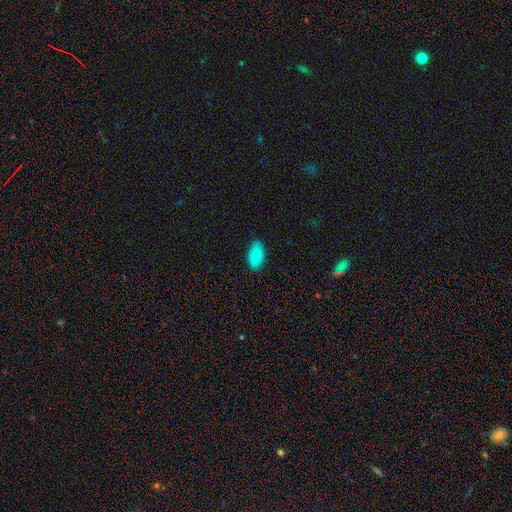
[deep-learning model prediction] Overall: smooth (86%). How rounded: in between (94%). Merging: none (86%).